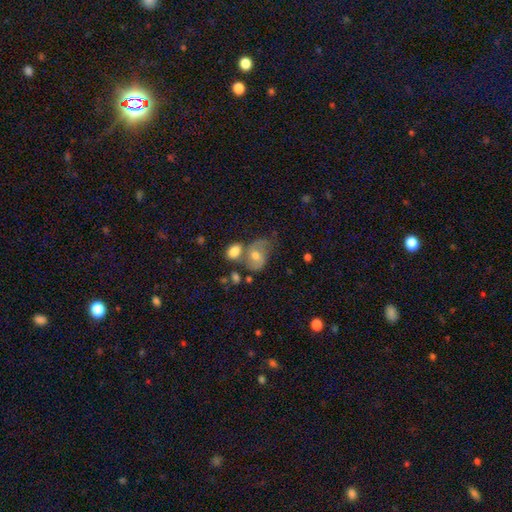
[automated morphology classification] smooth_or_featured: featured or disk (p=0.46) [alt: smooth p=0.44]
merging: none (p=0.36) [alt: merger p=0.31]